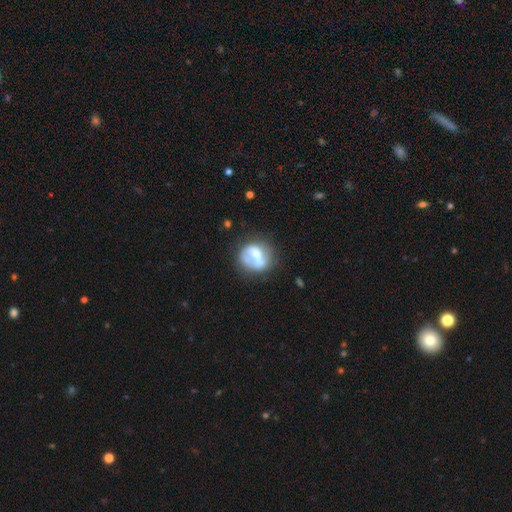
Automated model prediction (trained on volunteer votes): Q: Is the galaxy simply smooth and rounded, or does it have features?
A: smooth — 47%.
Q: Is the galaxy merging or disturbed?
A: none — 43%.